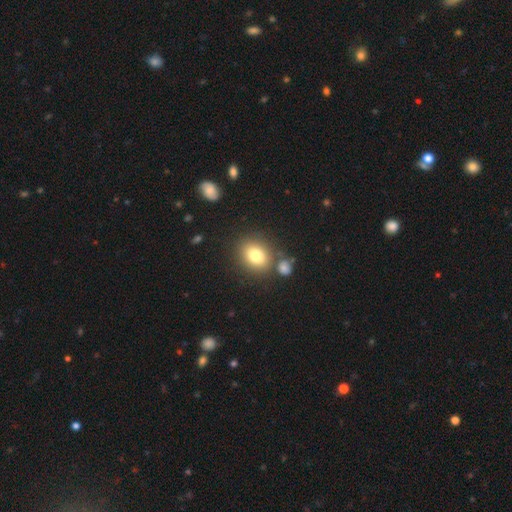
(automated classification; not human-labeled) This is likely a smooth galaxy (79%). How rounded: possibly in between (50%). Merging: likely none (73%).